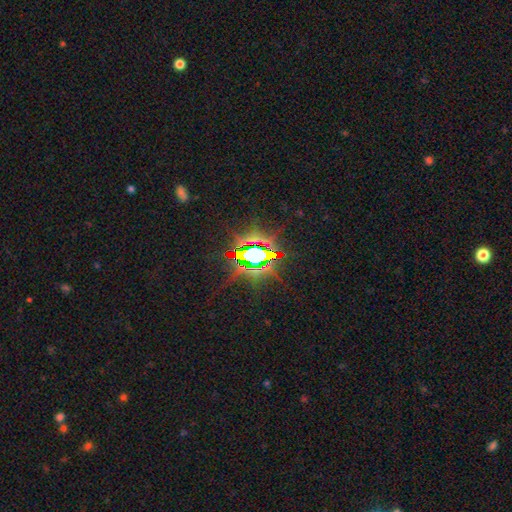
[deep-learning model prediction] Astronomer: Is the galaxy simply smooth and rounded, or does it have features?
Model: star or artifact — 79%.